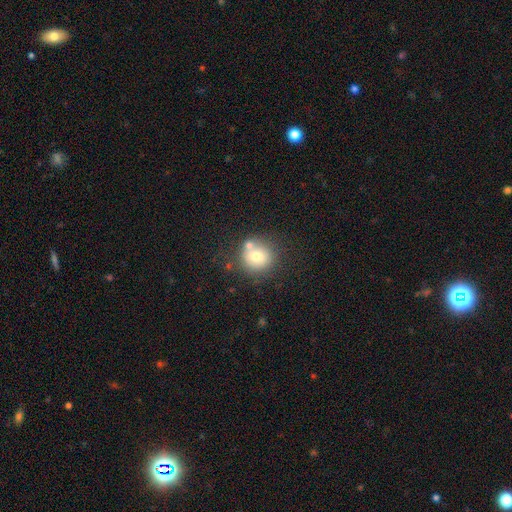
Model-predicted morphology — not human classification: smooth 71%, featured or disk 18%, star or artifact 11%. Down the decision tree: how rounded — round (89%); merging — none (63%).